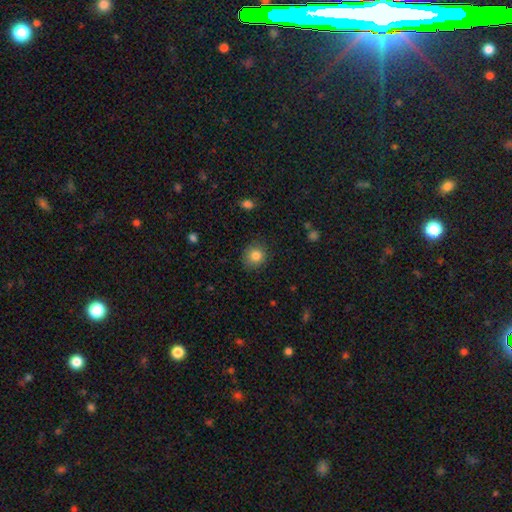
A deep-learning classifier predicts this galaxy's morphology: smooth 83%, star or artifact 10%, featured or disk 6%. Down the decision tree: how rounded — round (85%); merging — none (86%).